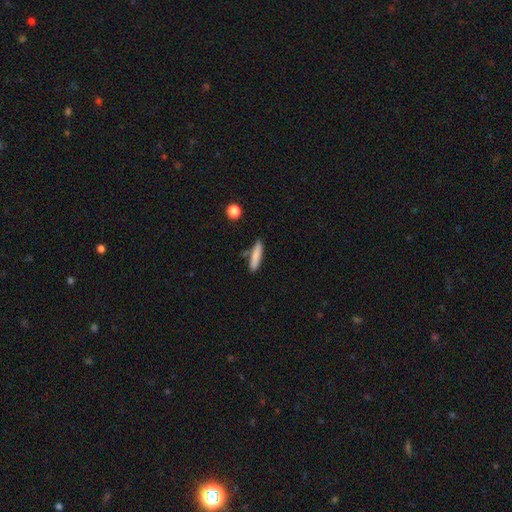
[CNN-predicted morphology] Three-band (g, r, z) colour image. It shows a smooth galaxy with no disk features (82%) that is cigar-shaped (82%). Merging: none (81%).